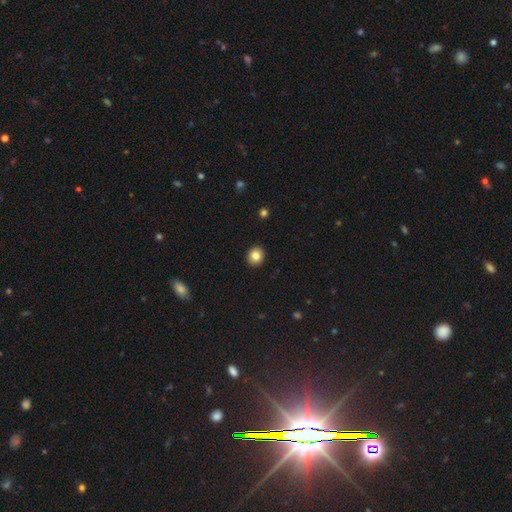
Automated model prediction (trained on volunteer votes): Q: Smooth or featured?
A: smooth (83%); runner-up: star or artifact (10%)
Q: How rounded?
A: round (85%); runner-up: in between (14%)
Q: Merging?
A: none (93%); runner-up: minor disturbance (5%)